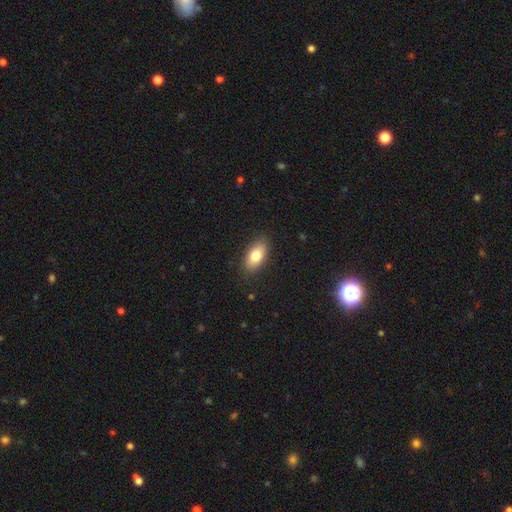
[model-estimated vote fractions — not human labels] smooth 81%, featured or disk 12%, star or artifact 7%. Down the decision tree: how rounded — in between (90%); merging — none (86%).